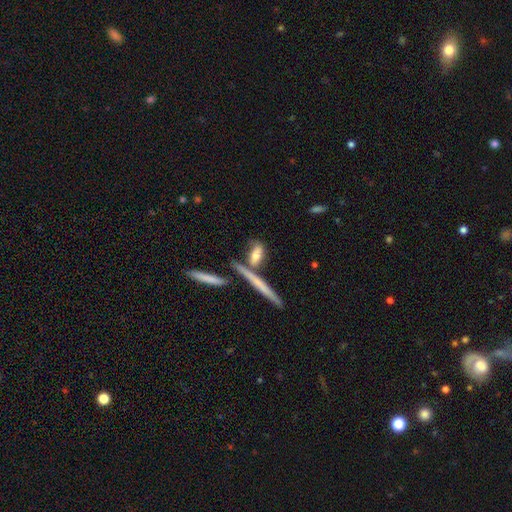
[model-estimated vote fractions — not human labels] Smooth or featured? smooth (63%)
How rounded? cigar-shaped (58%)
Merging? none (57%)